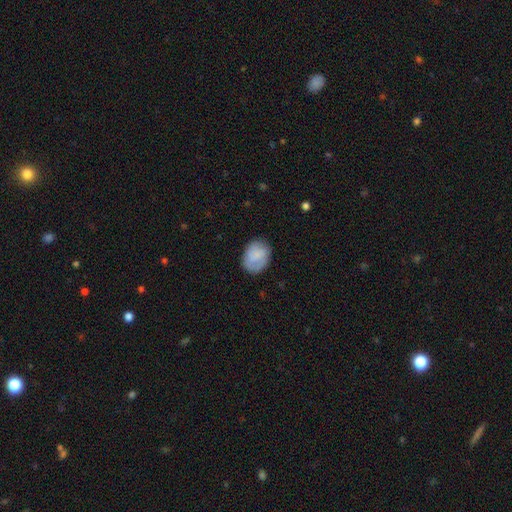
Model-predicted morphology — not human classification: smooth_or_featured: smooth (p=0.71) [alt: featured or disk p=0.21]
how_rounded: in between (p=0.60) [alt: round p=0.39]
merging: none (p=0.78) [alt: minor disturbance p=0.16]